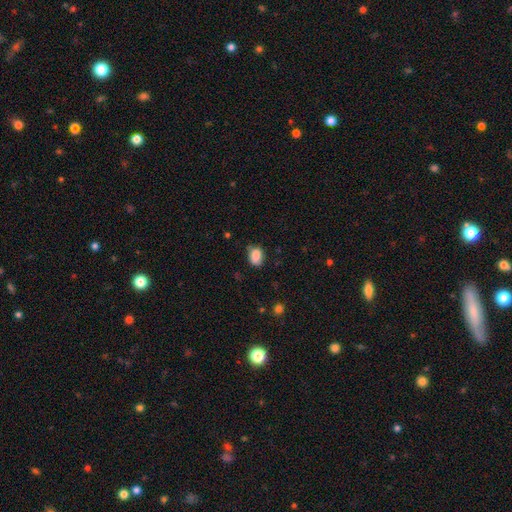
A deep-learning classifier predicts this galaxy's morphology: Overall: smooth (86%). How rounded: in between (68%; round 31%). Merging: none (67%).